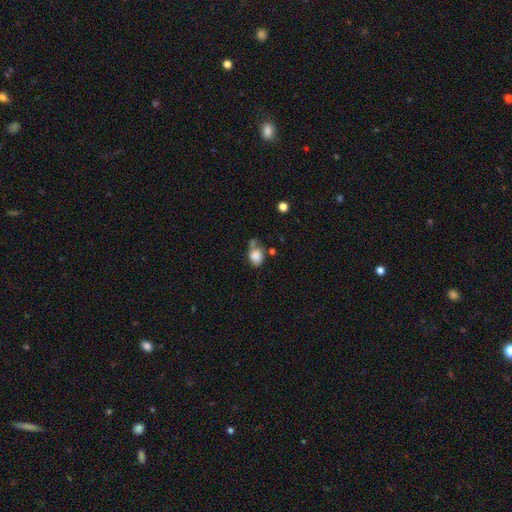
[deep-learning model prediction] This is clearly a smooth galaxy (81%). How rounded: possibly in between (51%). Merging: marginally none (38%).